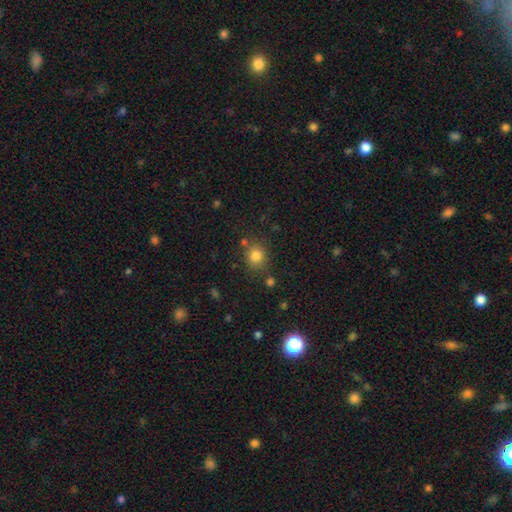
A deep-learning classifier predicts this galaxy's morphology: Smooth or featured: smooth — 81% (star or artifact — 13%)
How rounded: round — 83% (in between — 16%)
Merging: none — 78% (minor disturbance — 11%)